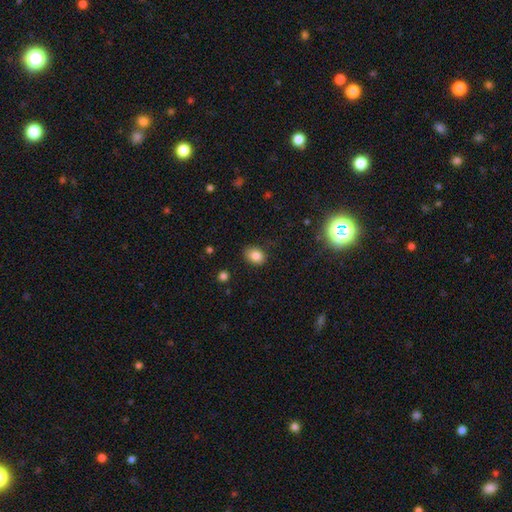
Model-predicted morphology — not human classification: Smooth or featured? smooth (83%)
How rounded? in between (65%)
Merging? none (80%)